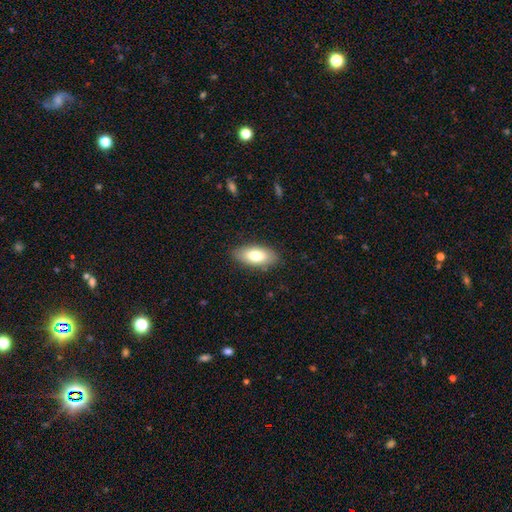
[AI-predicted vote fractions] A smooth galaxy with no disk features (77%) that is in between round and cigar-shaped (89%). Merging: none (86%).